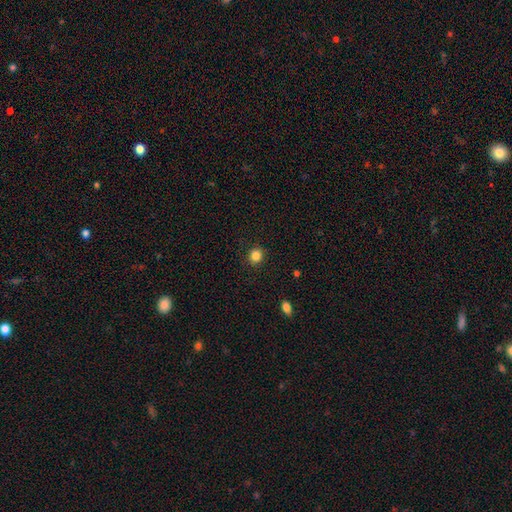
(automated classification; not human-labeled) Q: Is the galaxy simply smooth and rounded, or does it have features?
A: smooth — 85%.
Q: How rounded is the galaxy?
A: round — 86%.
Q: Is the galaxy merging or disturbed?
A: none — 91%.